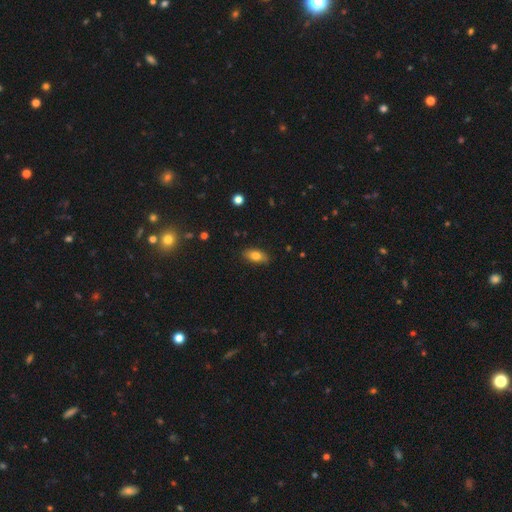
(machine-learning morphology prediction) smooth 79%, featured or disk 13%, star or artifact 8%. Down the decision tree: how rounded — in between (87%); merging — none (86%).